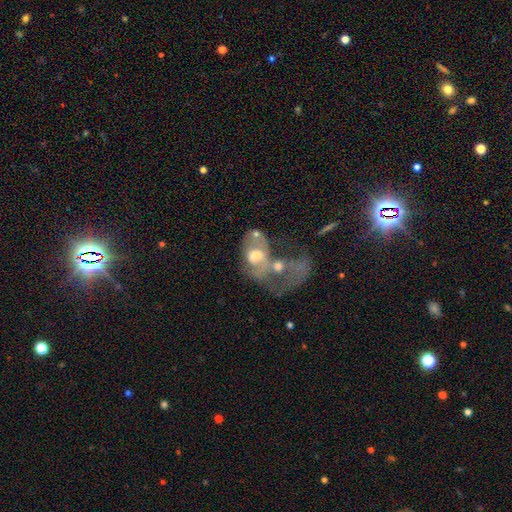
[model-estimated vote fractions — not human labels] Overall: featured or disk (59%; smooth 31%). Edge-on disk: no (95%). Bar: no (71%). Spiral arms: no (61%; yes 39%). Bulge size: moderate (59%). Merging: merger (65%).